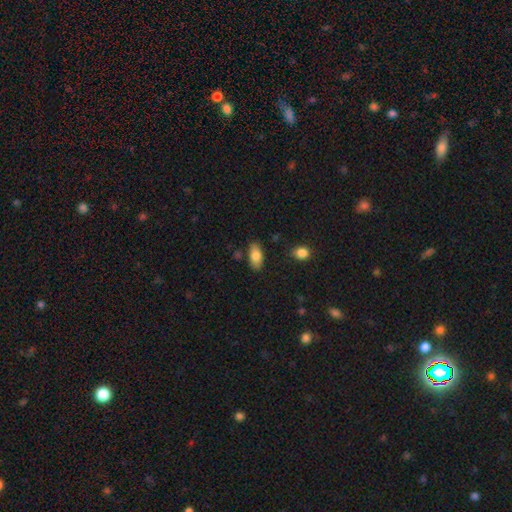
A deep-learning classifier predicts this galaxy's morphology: smooth-or-featured: smooth: 81% | featured or disk: 12% | star or artifact: 7%
  how-rounded: in between: 90% | cigar-shaped: 6% | round: 4%
  merging: none: 83% | minor disturbance: 12% | merger: 3% | major disturbance: 3%